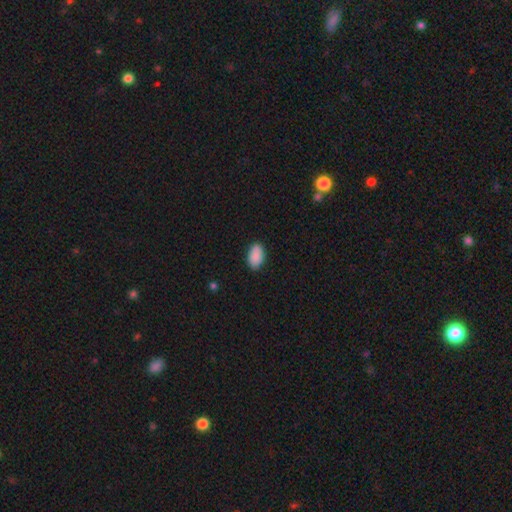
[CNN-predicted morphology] type=smooth (90%); roundness=in between (94%); merging=none (86%).